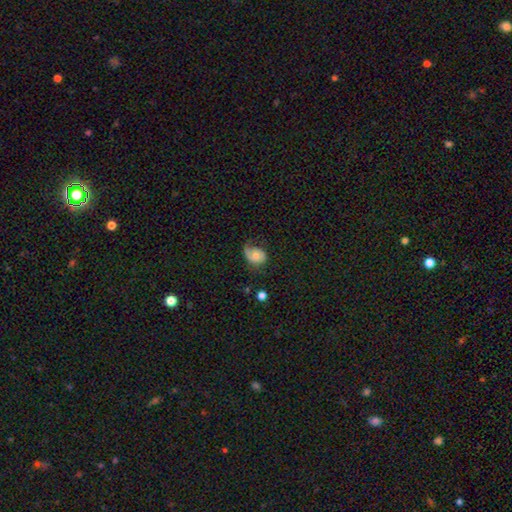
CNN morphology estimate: A featured or disk galaxy (53%) with no bar (76%), spiral arms (83%) and a moderate central bulge (55%). Merging: none (41%).